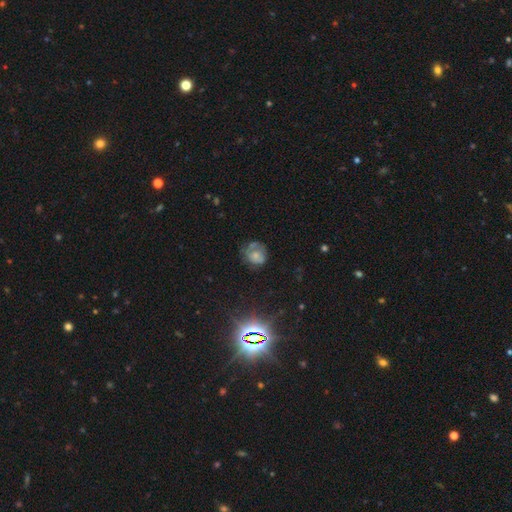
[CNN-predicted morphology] type=smooth (50%); roundness=round (69%); merging=none (47%).